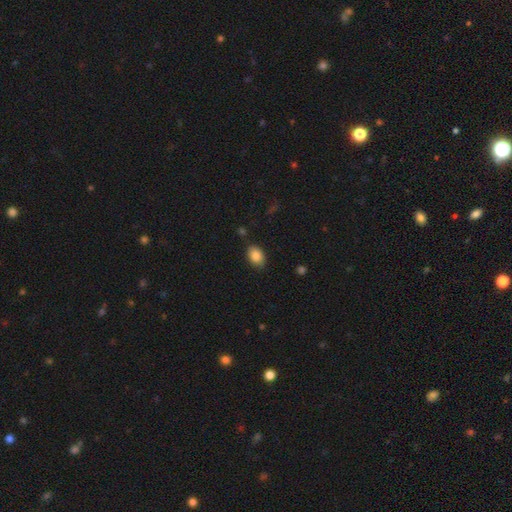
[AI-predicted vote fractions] Smooth or featured? smooth (87%)
How rounded? in between (82%)
Merging? none (82%)